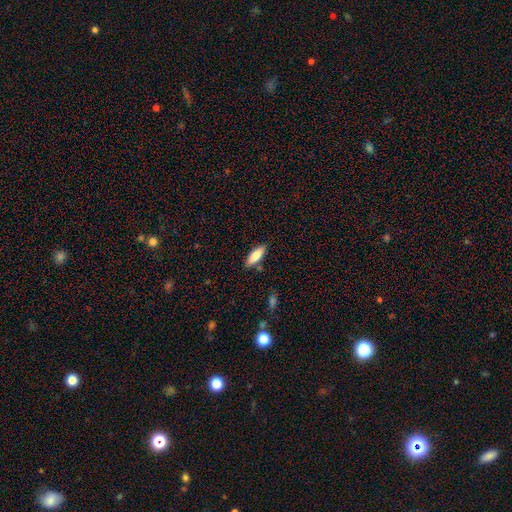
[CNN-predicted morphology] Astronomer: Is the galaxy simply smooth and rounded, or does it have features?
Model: smooth — 81%.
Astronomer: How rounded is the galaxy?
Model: in between — 62%.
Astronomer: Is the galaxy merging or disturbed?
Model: none — 83%.